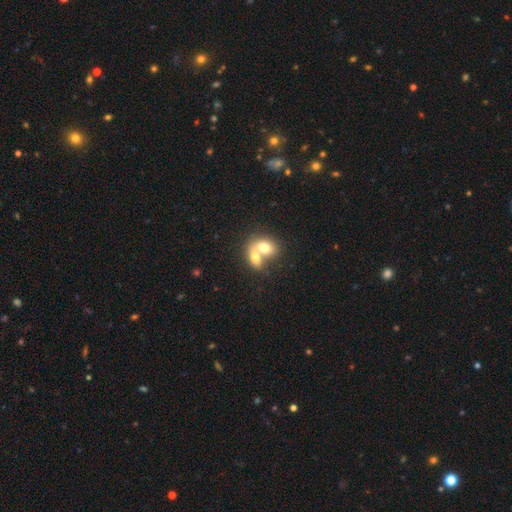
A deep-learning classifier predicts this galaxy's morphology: This is likely a smooth galaxy (65%). How rounded: likely in between (61%). Merging: likely merger (75%).